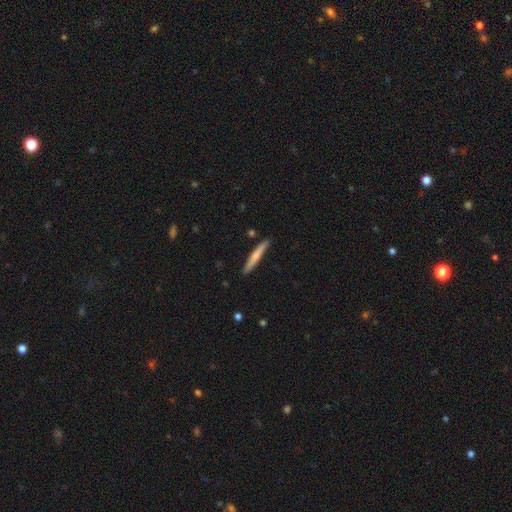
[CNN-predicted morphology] Smooth or featured? smooth (63%)
How rounded? cigar-shaped (95%)
Merging? none (89%)